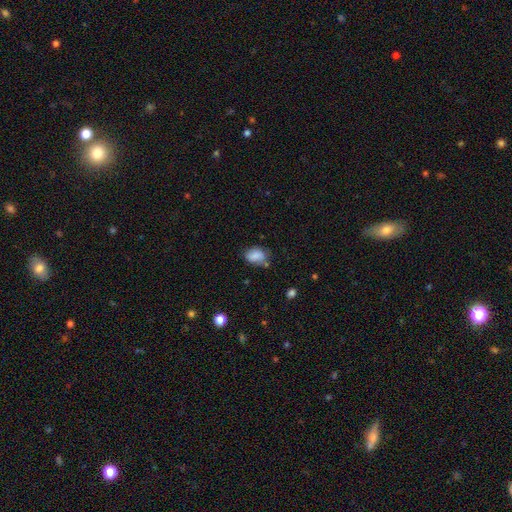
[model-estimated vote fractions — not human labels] This appears to be a smooth galaxy with no disk features (81%) that is in between round and cigar-shaped (72%). Merging: none (57%).